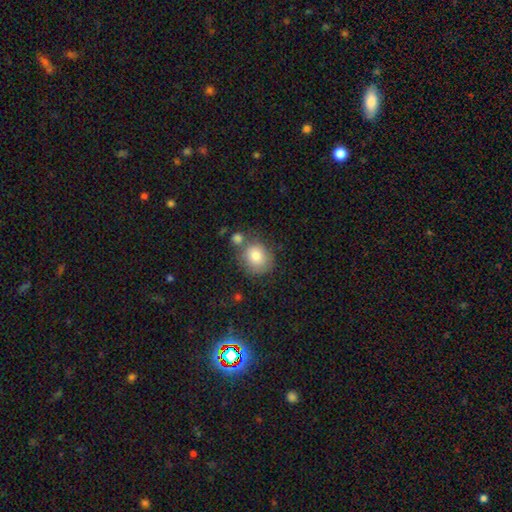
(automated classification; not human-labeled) This is clearly a smooth galaxy (81%). How rounded: likely round (77%). Merging: likely none (61%).